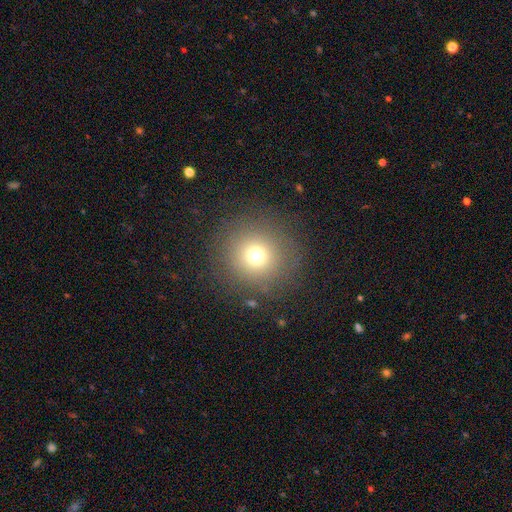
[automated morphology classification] Q: Smooth or featured?
A: smooth (72%); runner-up: star or artifact (17%)
Q: How rounded?
A: round (94%); runner-up: in between (5%)
Q: Merging?
A: none (86%); runner-up: minor disturbance (7%)